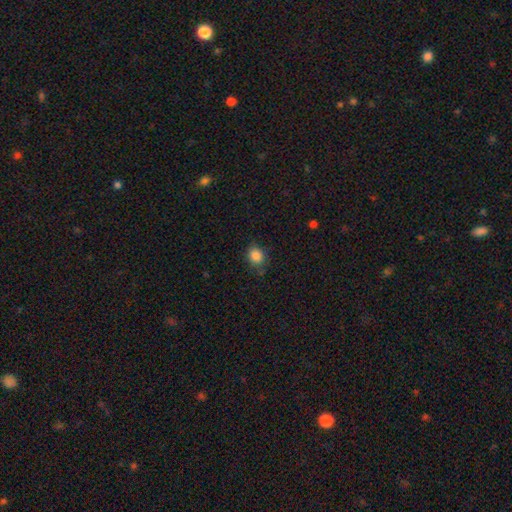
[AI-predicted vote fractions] Overall: smooth (85%). How rounded: round (63%; in between 36%). Merging: none (77%).